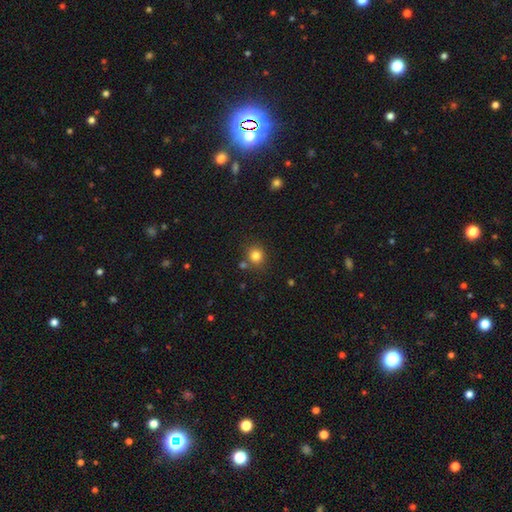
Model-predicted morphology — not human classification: This is clearly a smooth galaxy (82%). How rounded: clearly round (87%). Merging: likely none (79%).